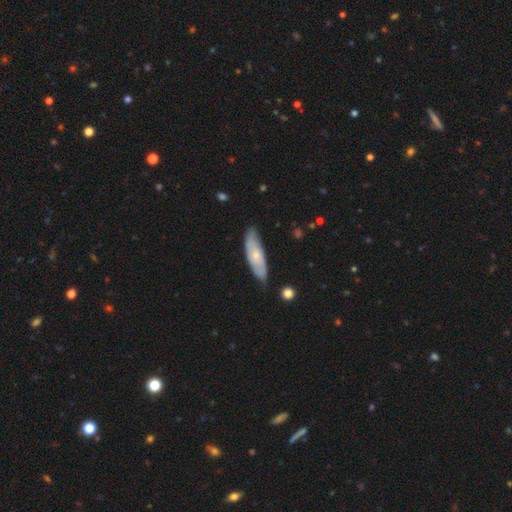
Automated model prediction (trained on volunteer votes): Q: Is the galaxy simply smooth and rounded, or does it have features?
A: smooth — 48%.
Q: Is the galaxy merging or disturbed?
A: none — 73%.